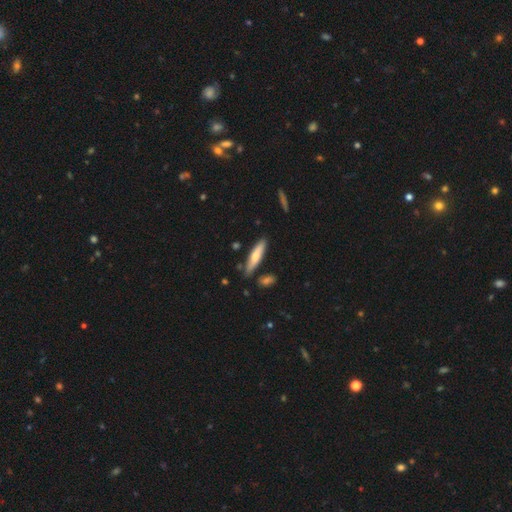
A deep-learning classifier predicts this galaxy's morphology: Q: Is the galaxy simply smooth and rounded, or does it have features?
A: smooth — 68%.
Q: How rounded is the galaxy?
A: cigar-shaped — 80%.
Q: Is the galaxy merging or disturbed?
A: none — 81%.